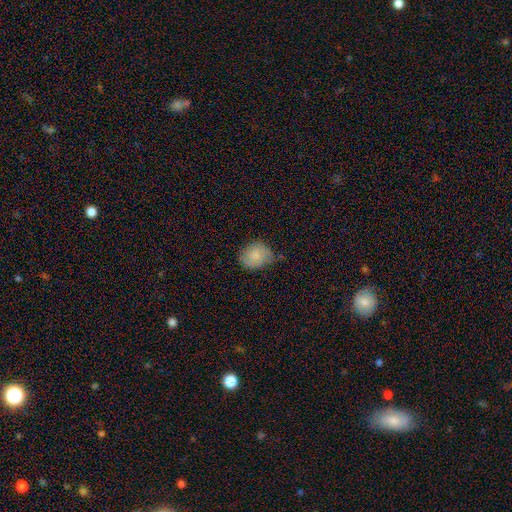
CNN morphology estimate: This appears to be a smooth galaxy with no disk features (77%) that is round (53%). Merging: none (52%).